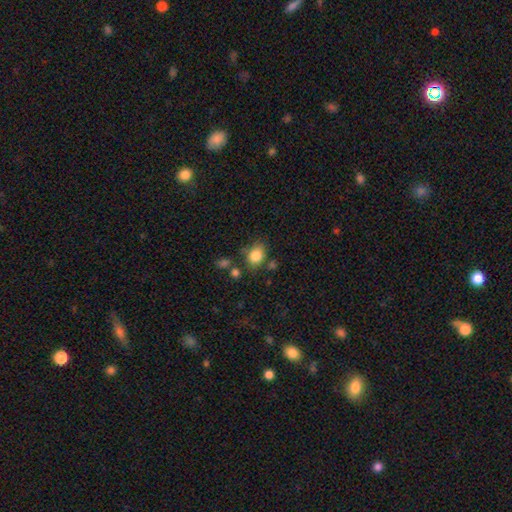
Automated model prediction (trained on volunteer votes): This appears to be a smooth galaxy with no disk features (83%) that is in between round and cigar-shaped (57%). Merging: none (69%).